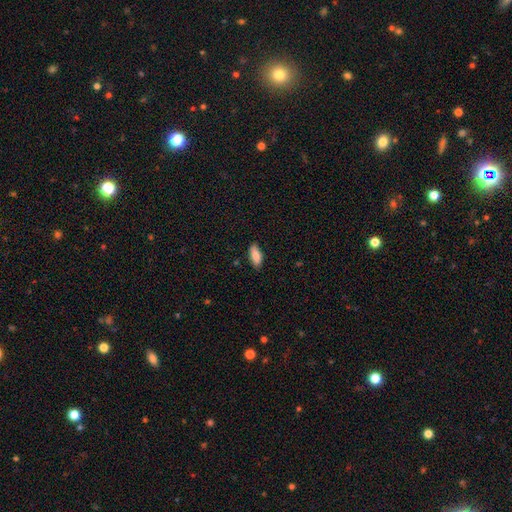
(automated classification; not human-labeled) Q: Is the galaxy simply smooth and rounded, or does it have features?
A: smooth — 87%.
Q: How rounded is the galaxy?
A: in between — 81%.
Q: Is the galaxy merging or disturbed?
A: none — 84%.